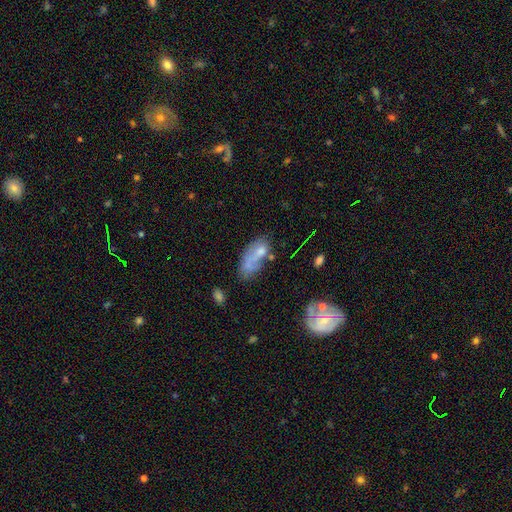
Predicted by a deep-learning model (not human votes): Overall: smooth (47%; featured or disk 40%). Merging: none (33%; major disturbance 27%).